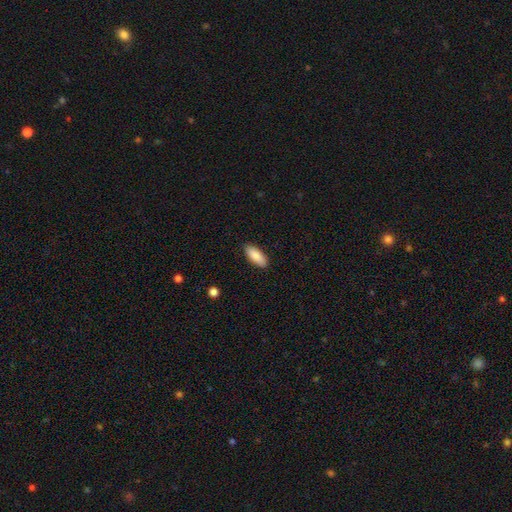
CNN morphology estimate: smooth_or_featured: smooth (p=0.87) [alt: featured or disk p=0.07]
how_rounded: in between (p=0.80) [alt: cigar-shaped p=0.18]
merging: none (p=0.89) [alt: minor disturbance p=0.08]